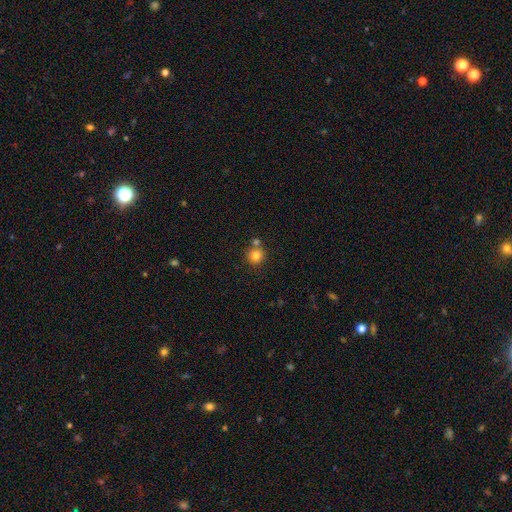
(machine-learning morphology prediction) This is clearly a smooth galaxy (80%). How rounded: clearly round (92%). Merging: likely none (70%).